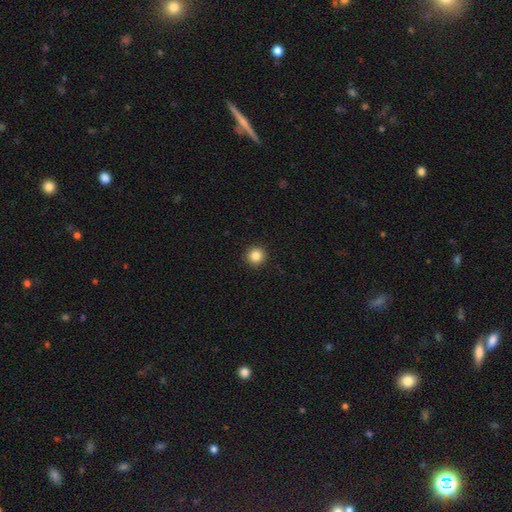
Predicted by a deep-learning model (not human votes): smooth 85%, star or artifact 11%, featured or disk 4%. Down the decision tree: how rounded — round (96%); merging — none (93%).